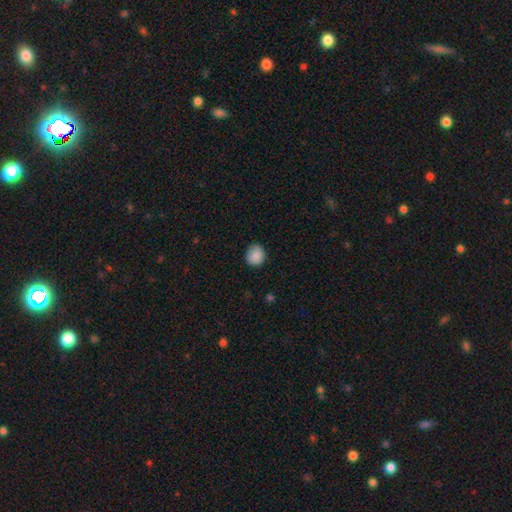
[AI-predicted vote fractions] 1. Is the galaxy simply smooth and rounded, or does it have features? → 88% smooth, 8% star or artifact, 4% featured or disk.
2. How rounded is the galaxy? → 84% round, 16% in between, 1% cigar-shaped.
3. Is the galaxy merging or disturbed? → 82% none, 15% minor disturbance, 3% major disturbance, 1% merger.